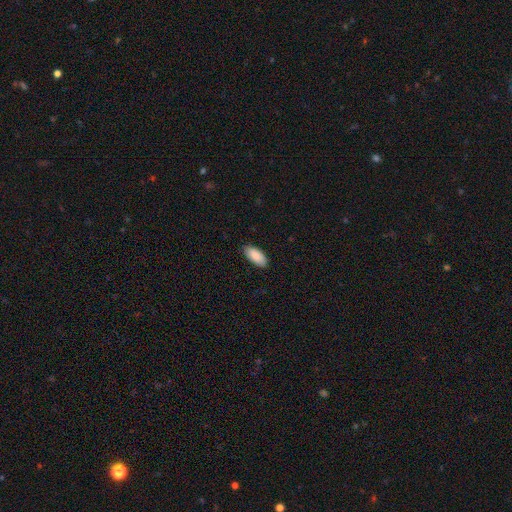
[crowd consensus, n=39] Smooth or featured? 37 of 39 (95%) said smooth. How rounded? 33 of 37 (89%) said in between. Merging? 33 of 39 (85%) said none.